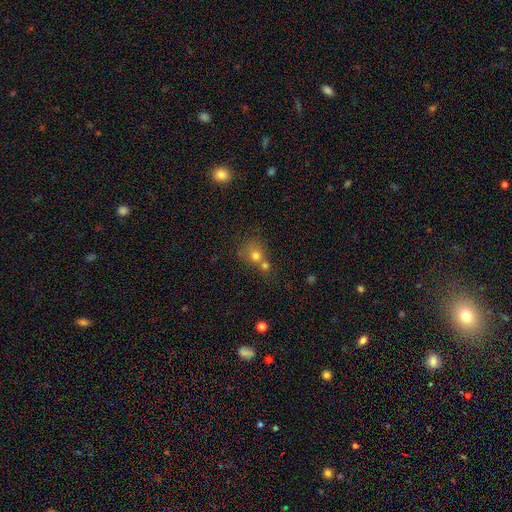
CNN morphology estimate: Smooth or featured: smooth — 72% (star or artifact — 14%)
How rounded: round — 79% (in between — 20%)
Merging: merger — 51% (none — 36%)